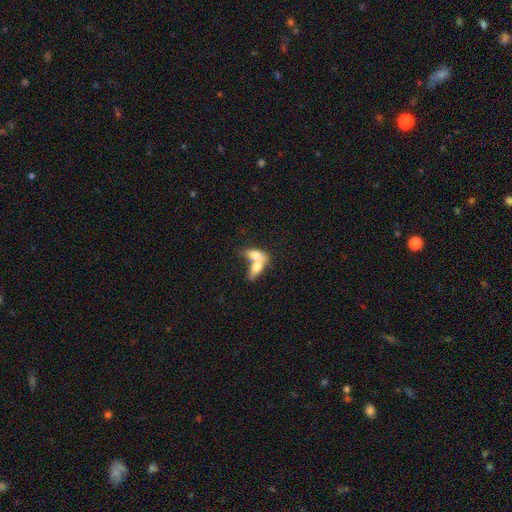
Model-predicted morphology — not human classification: Smooth or featured? Predicted: smooth (p=0.67). How rounded? Predicted: in between (p=0.80). Merging? Predicted: merger (p=0.77).